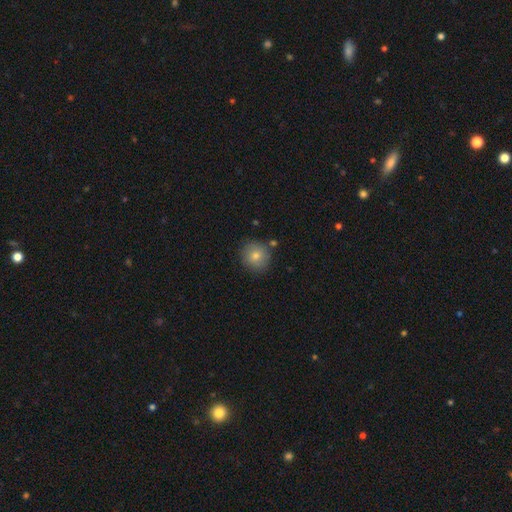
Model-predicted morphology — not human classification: Smooth or featured? smooth (77%)
How rounded? round (91%)
Merging? none (84%)